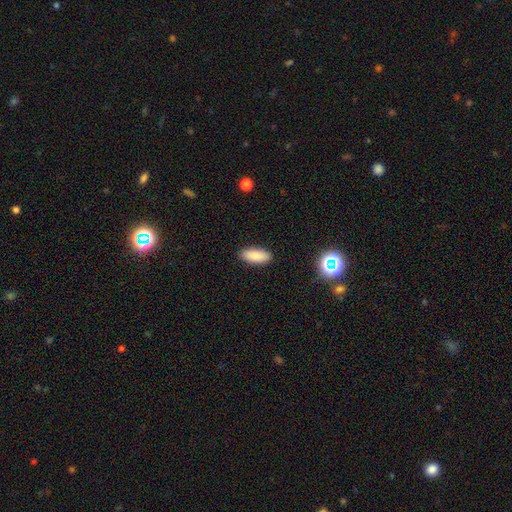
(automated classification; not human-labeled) smooth 87%, star or artifact 8%, featured or disk 5%. Down the decision tree: how rounded — in between (79%); merging — none (89%).